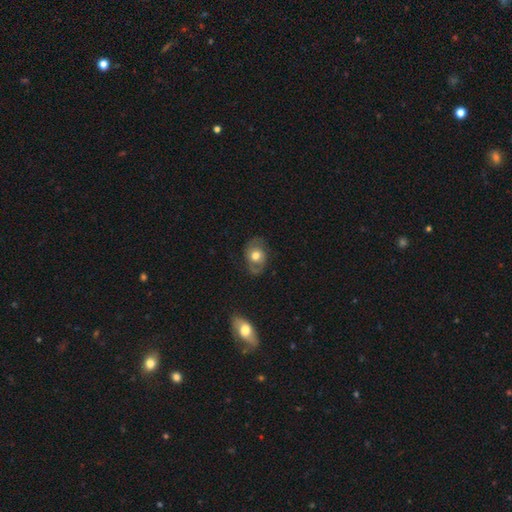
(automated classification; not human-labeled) This appears to be a smooth galaxy with no disk features (47%). Merging: none (69%).